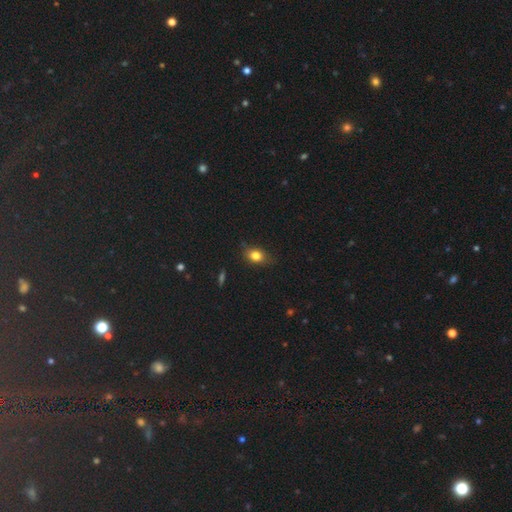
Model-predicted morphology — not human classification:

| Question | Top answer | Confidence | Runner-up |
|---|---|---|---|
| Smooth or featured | smooth | 80% | star or artifact (11%) |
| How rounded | in between | 66% | round (32%) |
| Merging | none | 74% | minor disturbance (21%) |